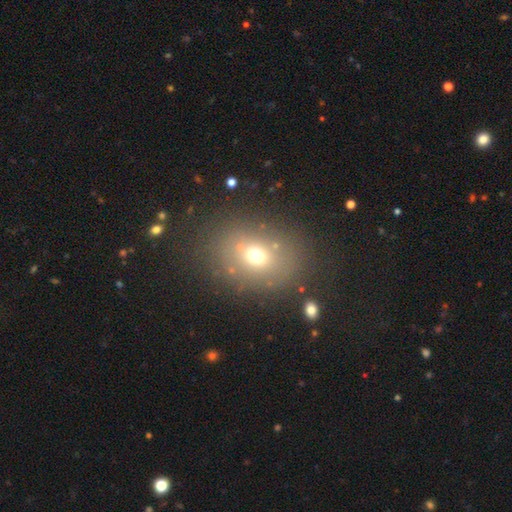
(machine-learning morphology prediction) Q: Smooth or featured?
A: smooth (66%); runner-up: star or artifact (18%)
Q: How rounded?
A: in between (56%); runner-up: round (42%)
Q: Merging?
A: none (78%); runner-up: minor disturbance (11%)